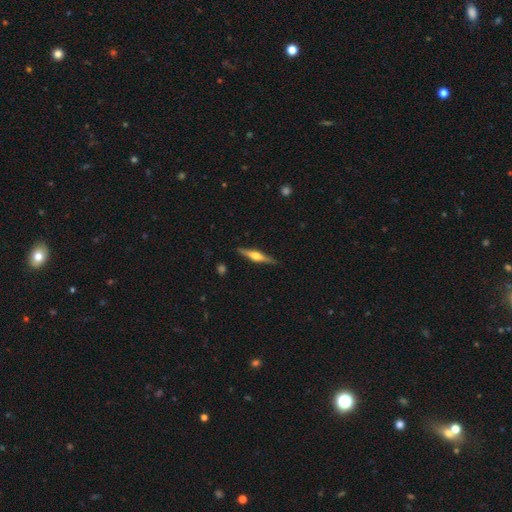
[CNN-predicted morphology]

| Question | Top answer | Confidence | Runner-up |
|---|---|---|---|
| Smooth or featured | featured or disk | 69% | smooth (25%) |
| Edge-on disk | yes | 97% | no (3%) |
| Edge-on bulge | rounded | 91% | boxy (6%) |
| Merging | none | 89% | minor disturbance (8%) |